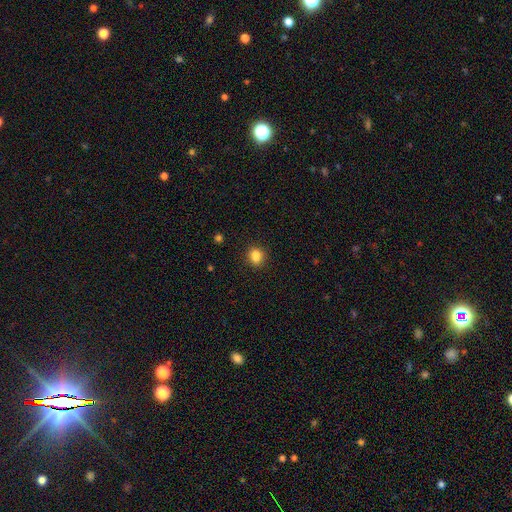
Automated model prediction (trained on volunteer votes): Smooth or featured: smooth — 84% (star or artifact — 11%)
How rounded: round — 51% (in between — 48%)
Merging: none — 84% (minor disturbance — 11%)